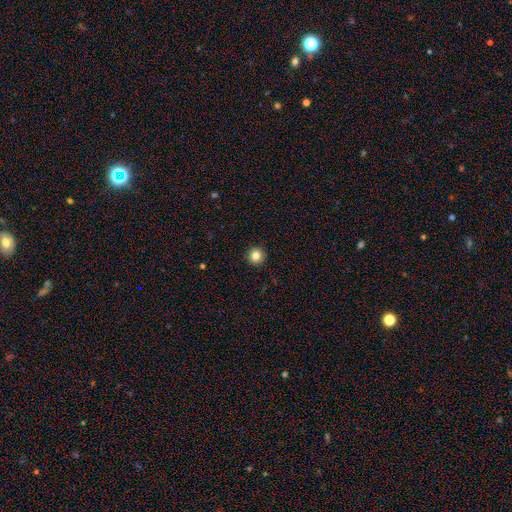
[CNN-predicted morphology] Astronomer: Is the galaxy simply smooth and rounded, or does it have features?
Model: smooth — 83%.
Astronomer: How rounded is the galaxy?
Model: round — 95%.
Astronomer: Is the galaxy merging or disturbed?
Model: none — 93%.